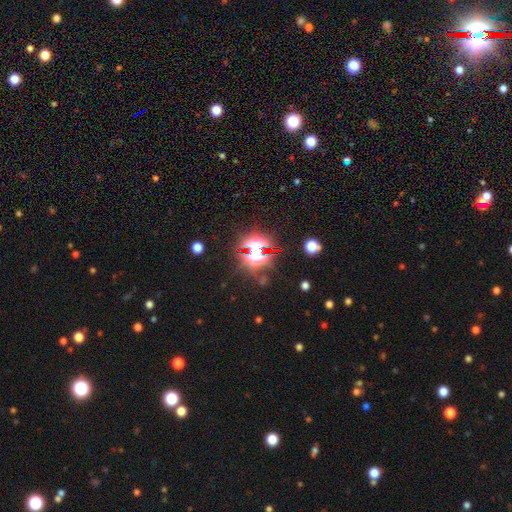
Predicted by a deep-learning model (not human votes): A star or artifact, not a galaxy (70%).

Vote fractions:
- Smooth or featured? star or artifact: 70% / smooth: 20% / featured or disk: 10%